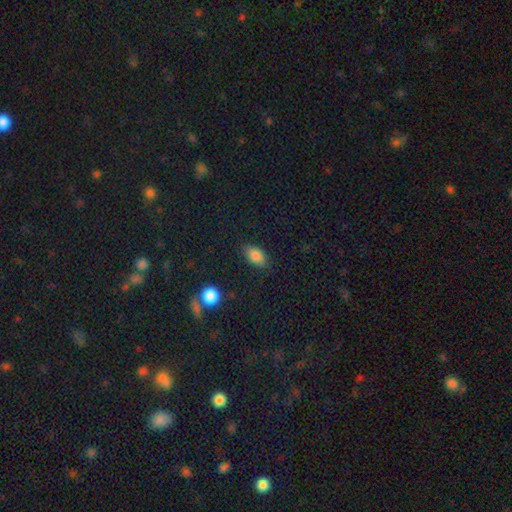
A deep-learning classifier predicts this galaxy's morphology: This appears to be a smooth galaxy with no disk features (84%) that is in between round and cigar-shaped (89%). Merging: none (83%).